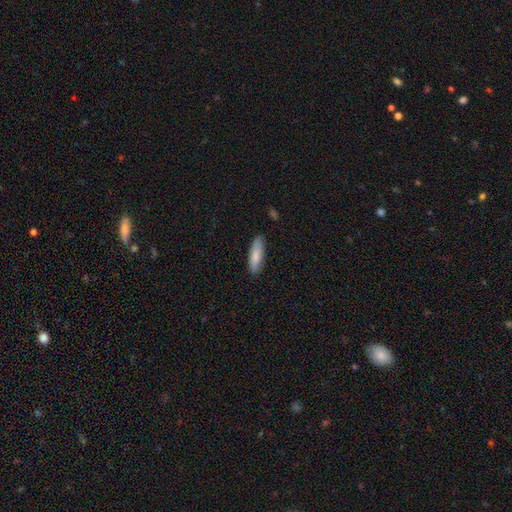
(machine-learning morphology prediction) Smooth or featured: smooth — 82% (featured or disk — 12%)
How rounded: cigar-shaped — 53% (in between — 46%)
Merging: none — 84% (minor disturbance — 12%)